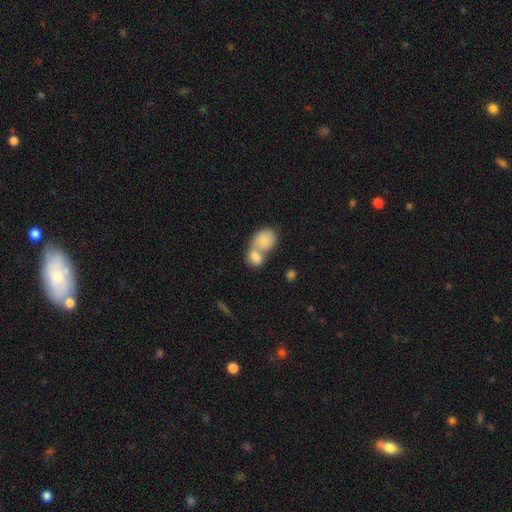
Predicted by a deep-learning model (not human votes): Morphology: type=smooth (54%); roundness=in between (48%); merging=merger (43%).